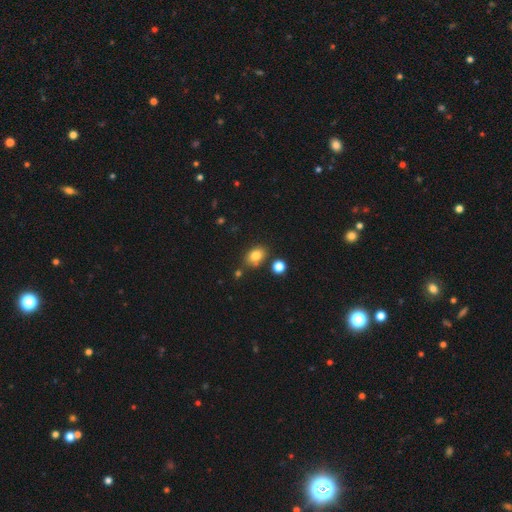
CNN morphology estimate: smooth_or_featured: smooth (p=0.81) [alt: star or artifact p=0.11]
how_rounded: in between (p=0.68) [alt: round p=0.31]
merging: none (p=0.73) [alt: minor disturbance p=0.14]